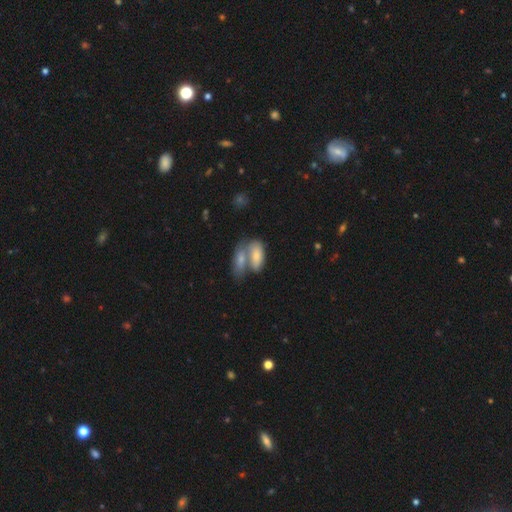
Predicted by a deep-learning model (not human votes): Smooth or featured?
  - smooth: 70% *
  - featured or disk: 23%
  - star or artifact: 7%
How rounded?
  - in between: 86% *
  - cigar-shaped: 10%
  - round: 4%
Merging?
  - merger: 66% *
  - none: 22%
  - minor disturbance: 8%
  - major disturbance: 4%